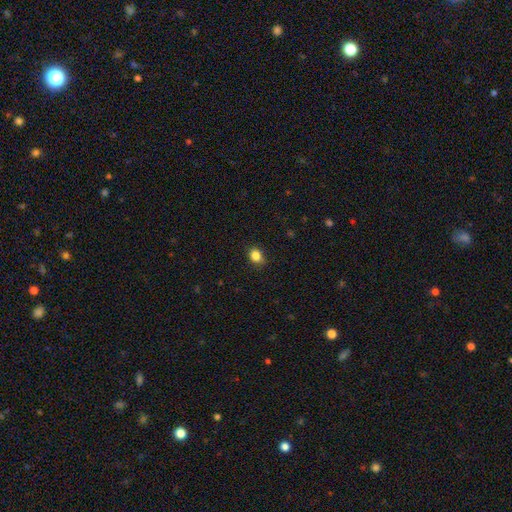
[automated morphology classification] Smooth or featured? smooth (84%)
How rounded? round (49%, tied with in between)
Merging? none (82%)